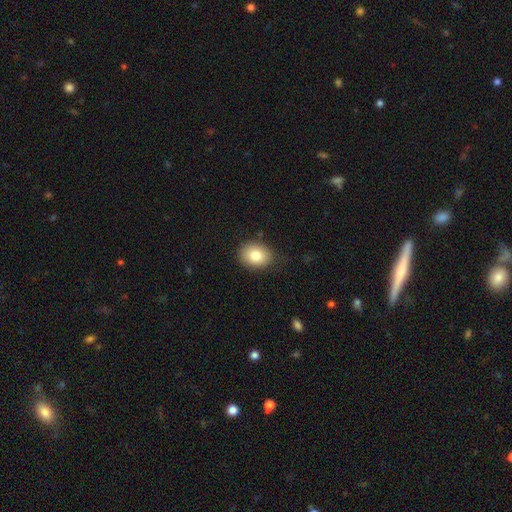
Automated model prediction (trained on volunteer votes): Q: Smooth or featured?
A: smooth (82%); runner-up: featured or disk (9%)
Q: How rounded?
A: in between (60%); runner-up: round (40%)
Q: Merging?
A: none (83%); runner-up: minor disturbance (13%)